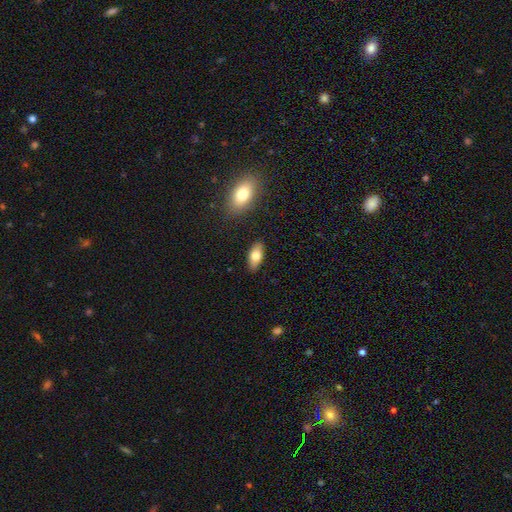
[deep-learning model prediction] Smooth or featured? Predicted: smooth (p=0.75). How rounded? Predicted: in between (p=0.86). Merging? Predicted: none (p=0.87).